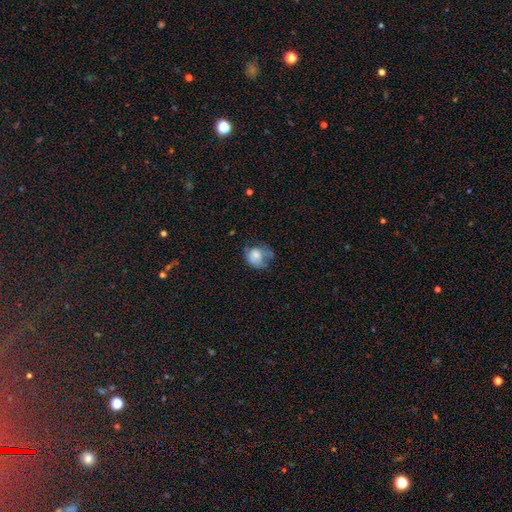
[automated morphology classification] A smooth galaxy with no disk features (67%) that is round (62%). Merging: none (35%).